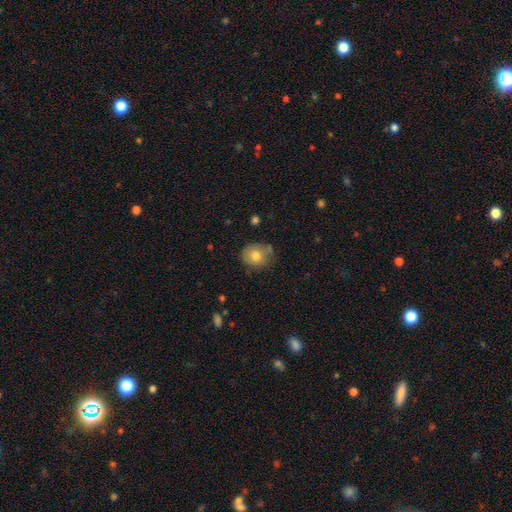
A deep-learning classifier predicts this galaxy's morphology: The model was most divided on "how rounded": round: 71%, in between: 28%, cigar-shaped: 1%. More confident: smooth or featured — smooth (77%); merging — none (70%).